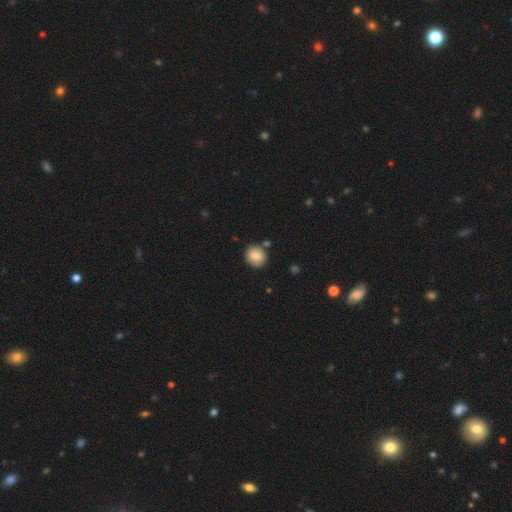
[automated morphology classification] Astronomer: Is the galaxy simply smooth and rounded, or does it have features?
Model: smooth — 83%.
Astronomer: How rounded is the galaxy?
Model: round — 84%.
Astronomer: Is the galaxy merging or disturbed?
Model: none — 83%.